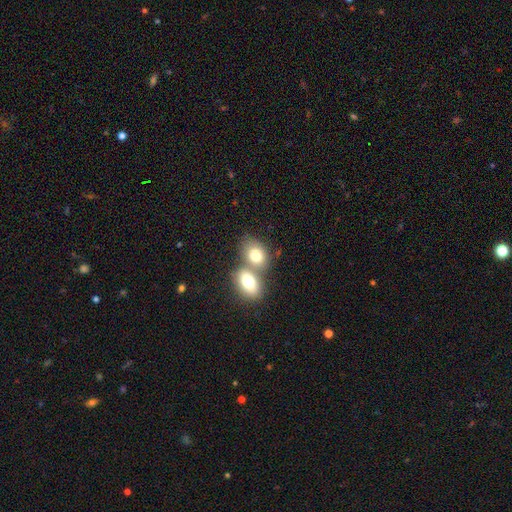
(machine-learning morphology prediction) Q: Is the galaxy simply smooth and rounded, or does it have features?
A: smooth — 76%.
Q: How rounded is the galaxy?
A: in between — 68%.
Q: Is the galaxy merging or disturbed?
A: merger — 59%.